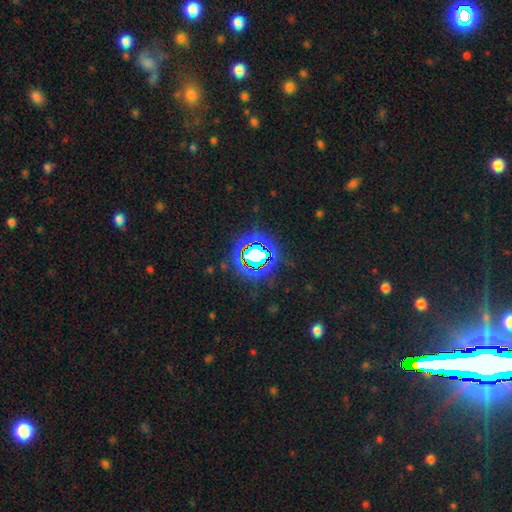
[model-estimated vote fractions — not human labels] smooth_or_featured: star or artifact (p=0.74) [alt: smooth p=0.14]